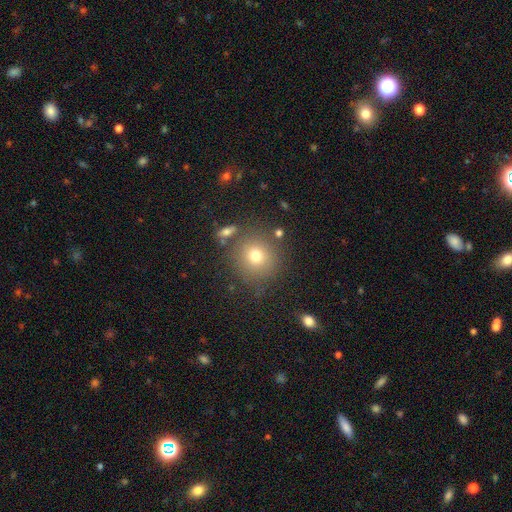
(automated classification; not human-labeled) Overall: smooth (74%). How rounded: round (91%). Merging: none (80%).